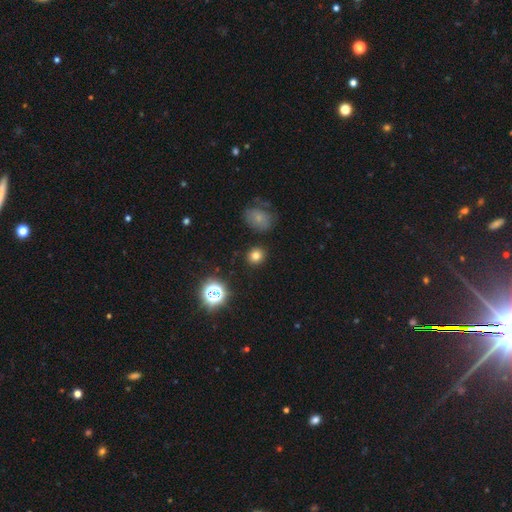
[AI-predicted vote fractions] A smooth galaxy with no disk features (76%) that is round (82%). Merging: none (88%).